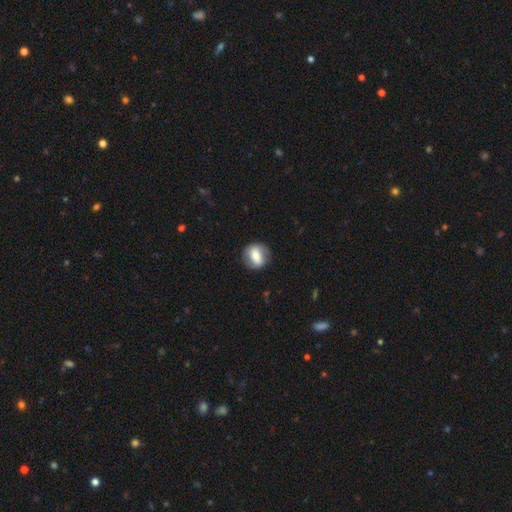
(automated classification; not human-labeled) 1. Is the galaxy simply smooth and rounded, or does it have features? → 58% smooth, 35% featured or disk, 7% star or artifact.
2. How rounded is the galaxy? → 66% round, 32% in between, 2% cigar-shaped.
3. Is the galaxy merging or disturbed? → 81% none, 13% minor disturbance, 5% major disturbance, 1% merger.